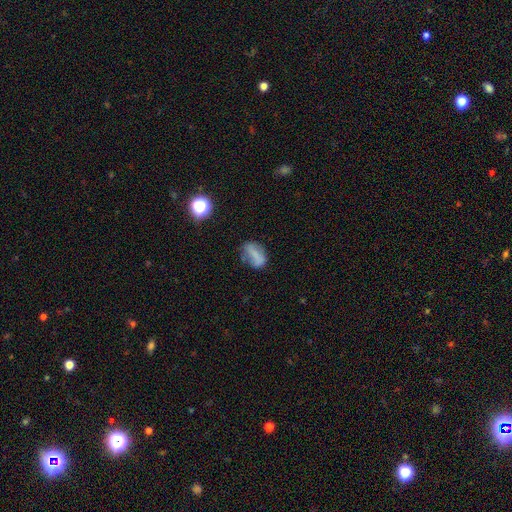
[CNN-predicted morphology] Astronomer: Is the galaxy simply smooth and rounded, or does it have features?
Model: smooth — 65%.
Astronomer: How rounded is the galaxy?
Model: in between — 79%.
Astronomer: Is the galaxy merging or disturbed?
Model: none — 52% (runner-up: minor disturbance, 29%).